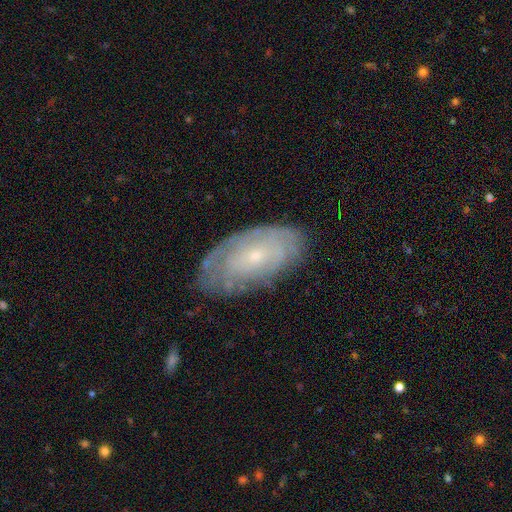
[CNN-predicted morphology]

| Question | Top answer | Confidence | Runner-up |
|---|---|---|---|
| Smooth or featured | featured or disk | 64% | smooth (29%) |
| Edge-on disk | no | 92% | yes (8%) |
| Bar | no | 81% | weak (16%) |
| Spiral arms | yes | 71% | no (29%) |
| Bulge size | small | 80% | moderate (16%) |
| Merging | none | 73% | minor disturbance (20%) |